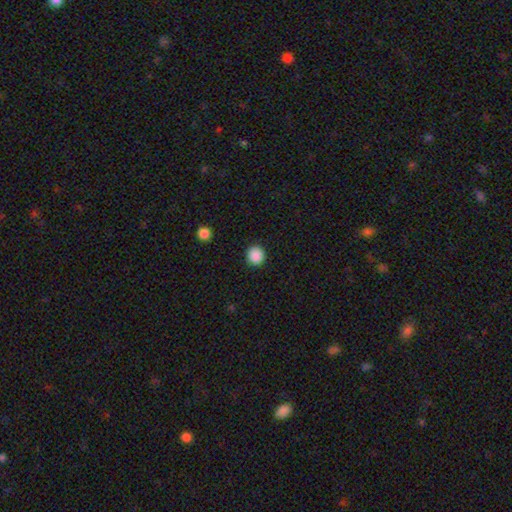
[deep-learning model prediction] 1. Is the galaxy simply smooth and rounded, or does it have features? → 88% smooth, 9% star or artifact, 2% featured or disk.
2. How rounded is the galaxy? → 90% round, 9% in between, 1% cigar-shaped.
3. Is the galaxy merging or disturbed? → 92% none, 5% minor disturbance, 2% major disturbance, 1% merger.